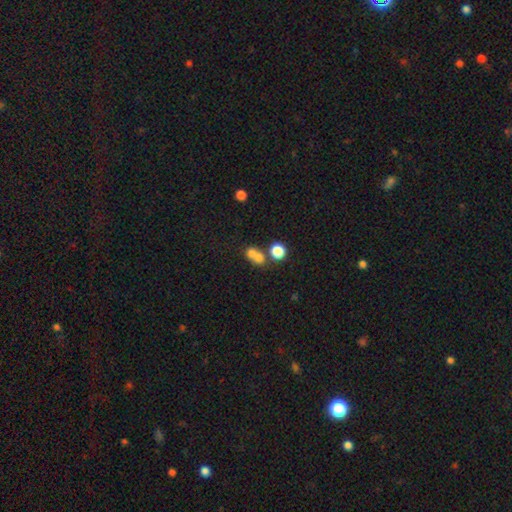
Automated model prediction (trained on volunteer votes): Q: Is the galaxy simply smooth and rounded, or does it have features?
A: smooth — 71%.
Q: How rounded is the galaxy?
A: round — 74%.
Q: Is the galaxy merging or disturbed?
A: merger — 56%.